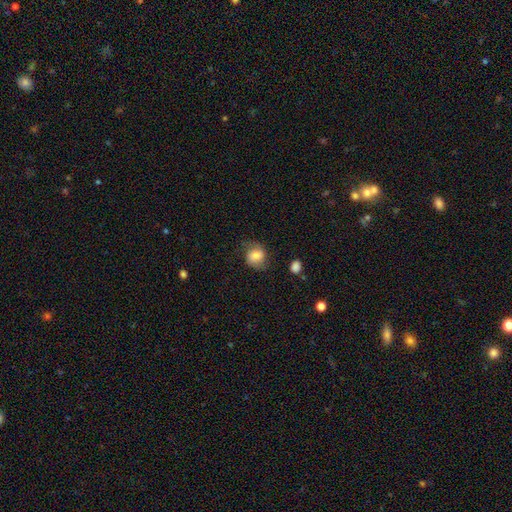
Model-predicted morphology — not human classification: Smooth or featured?
  - smooth: 68% *
  - featured or disk: 24%
  - star or artifact: 9%
How rounded?
  - round: 63% *
  - in between: 36%
  - cigar-shaped: 1%
Merging?
  - none: 63% *
  - minor disturbance: 25%
  - major disturbance: 10%
  - merger: 2%